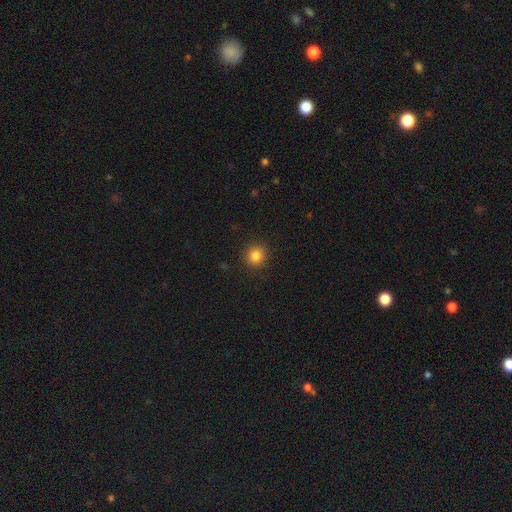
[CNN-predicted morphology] Smooth or featured: smooth — 84% (star or artifact — 12%)
How rounded: round — 92% (in between — 7%)
Merging: none — 91% (minor disturbance — 6%)